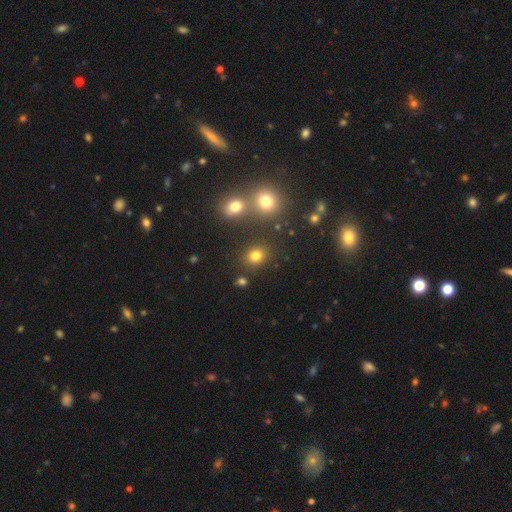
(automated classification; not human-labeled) Q: Smooth or featured?
A: smooth (77%); runner-up: star or artifact (17%)
Q: How rounded?
A: round (71%); runner-up: in between (28%)
Q: Merging?
A: none (80%); runner-up: merger (8%)